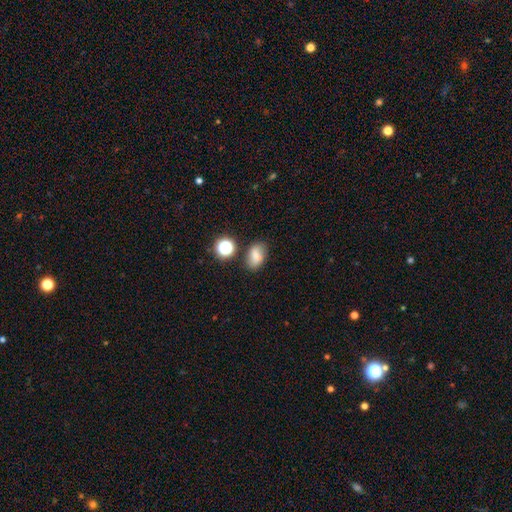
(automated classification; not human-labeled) smooth 76%, star or artifact 13%, featured or disk 11%. Down the decision tree: how rounded — in between (80%); merging — none (74%).